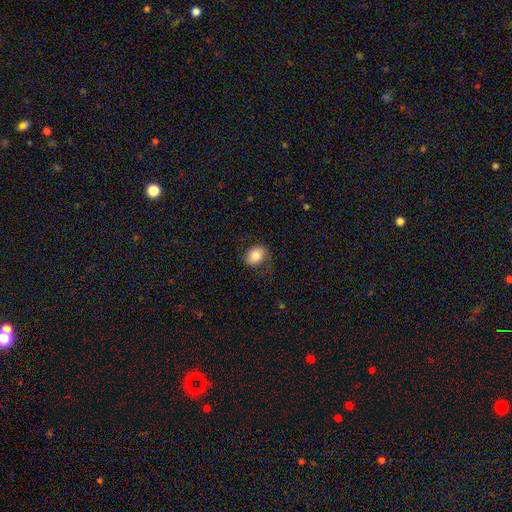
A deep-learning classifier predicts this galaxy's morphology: Overall: smooth (79%). How rounded: in between (55%; round 45%). Merging: none (67%).